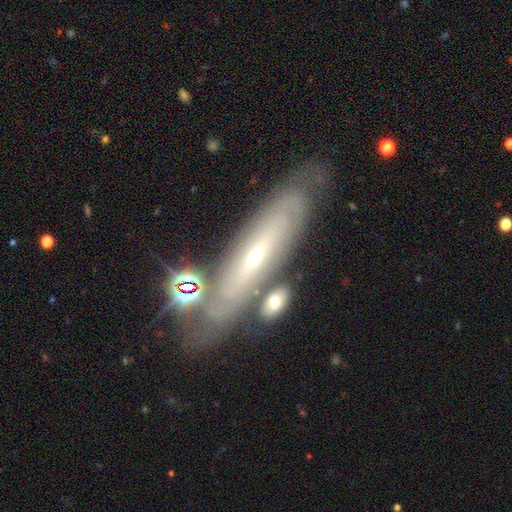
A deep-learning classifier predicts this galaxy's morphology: Q: Smooth or featured?
A: featured or disk (76%); runner-up: smooth (17%)
Q: Edge-on disk?
A: no (68%); runner-up: yes (32%)
Q: Bar?
A: no (67%); runner-up: weak (21%)
Q: Spiral arms?
A: yes (74%); runner-up: no (26%)
Q: Bulge size?
A: small (78%); runner-up: moderate (19%)
Q: Merging?
A: none (71%); runner-up: minor disturbance (16%)